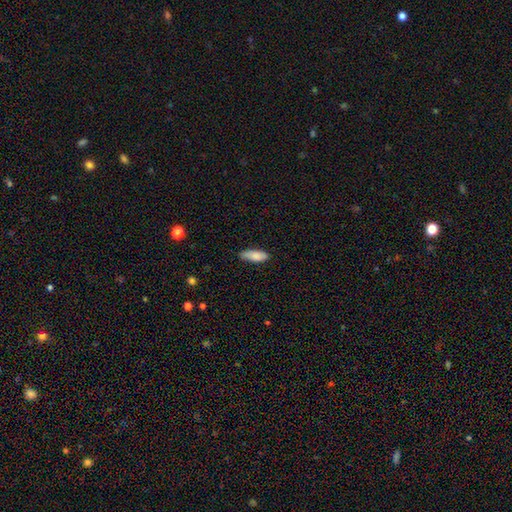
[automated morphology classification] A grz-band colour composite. It shows a smooth galaxy with no disk features (85%) that is in between round and cigar-shaped (68%). Merging: none (76%).